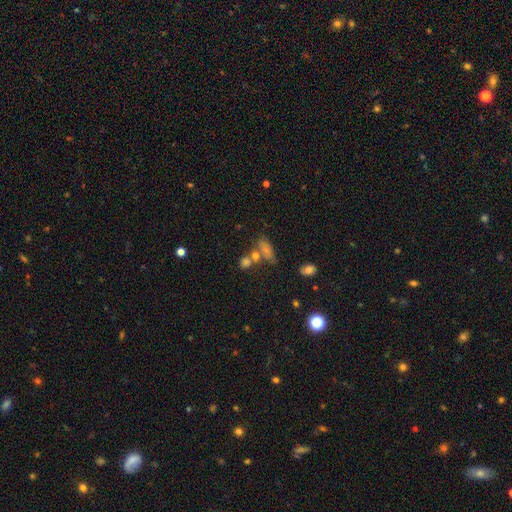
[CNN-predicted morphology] A smooth galaxy with no disk features (57%) that is in between round and cigar-shaped (57%). Merging: none (50%).